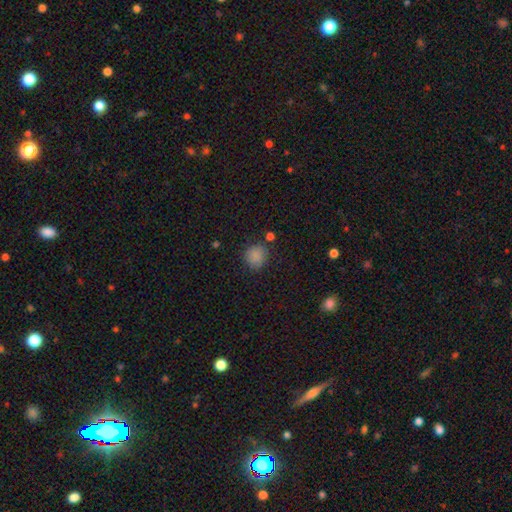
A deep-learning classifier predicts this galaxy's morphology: Overall: smooth (85%). How rounded: round (83%). Merging: none (79%).